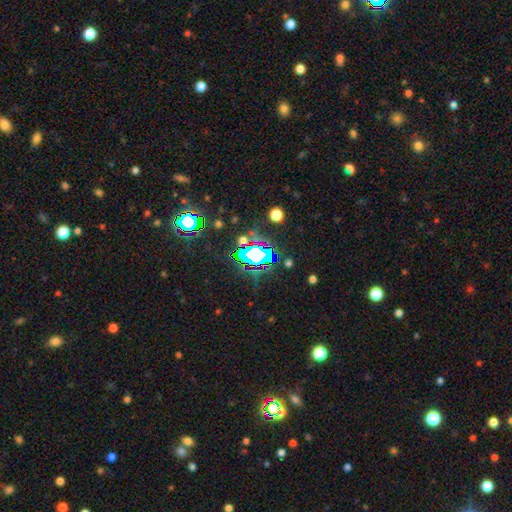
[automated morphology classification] type=star or artifact (61%).